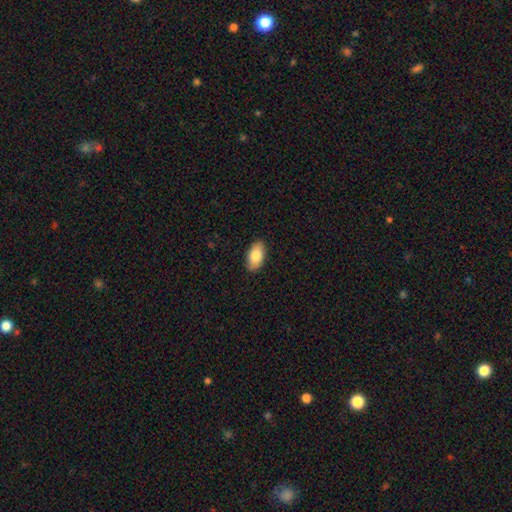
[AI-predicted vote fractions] smooth_or_featured: smooth (p=0.82) [alt: featured or disk p=0.12]
how_rounded: in between (p=0.94) [alt: round p=0.04]
merging: none (p=0.88) [alt: minor disturbance p=0.09]